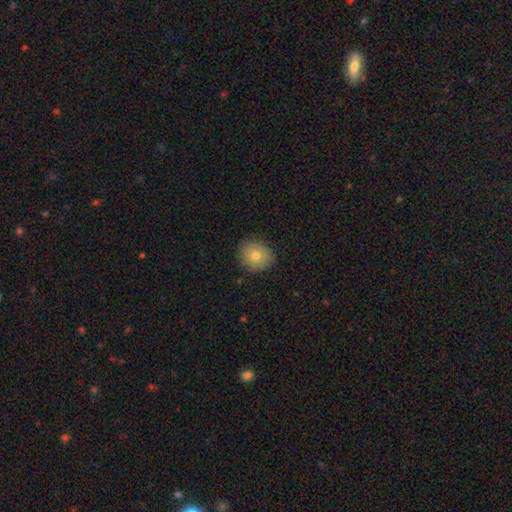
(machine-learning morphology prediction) type=smooth (76%); roundness=round (80%); merging=none (88%).